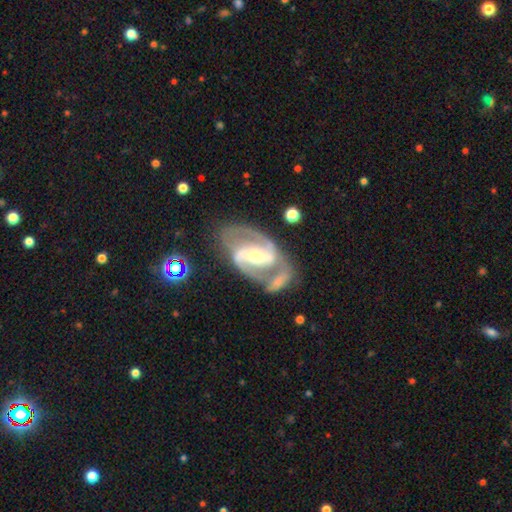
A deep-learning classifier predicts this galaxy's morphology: Smooth or featured? Predicted: featured or disk (p=0.89). Edge-on disk? Predicted: no (p=0.96). Bar? Predicted: strong (p=0.66). Spiral arms? Predicted: yes (p=0.94). Spiral winding? Predicted: medium (p=0.57). Spiral arm count? Predicted: 2 (p=0.90). Bulge size? Predicted: moderate (p=0.53). Merging? Predicted: none (p=0.57).